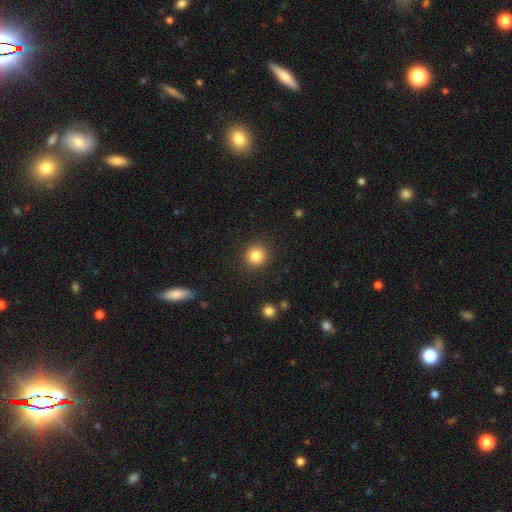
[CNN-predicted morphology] A smooth galaxy with no disk features (84%) that is round (92%).

Vote fractions:
- Smooth or featured? smooth: 84% / star or artifact: 11% / featured or disk: 5%
- How rounded? round: 92% / in between: 7% / cigar-shaped: 1%
- Merging? none: 91% / minor disturbance: 6% / major disturbance: 2% / merger: 1%